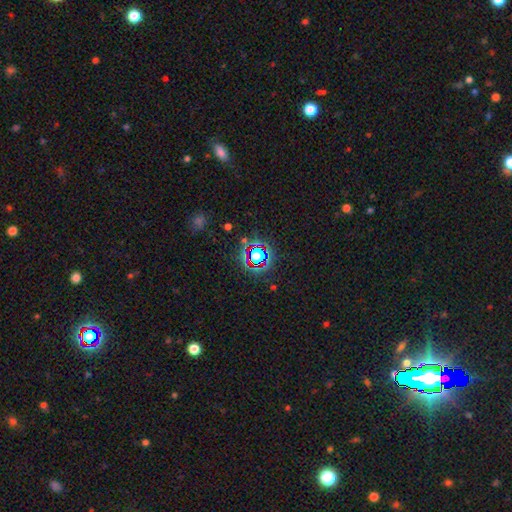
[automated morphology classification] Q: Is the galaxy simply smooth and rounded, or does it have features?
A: star or artifact — 66%.